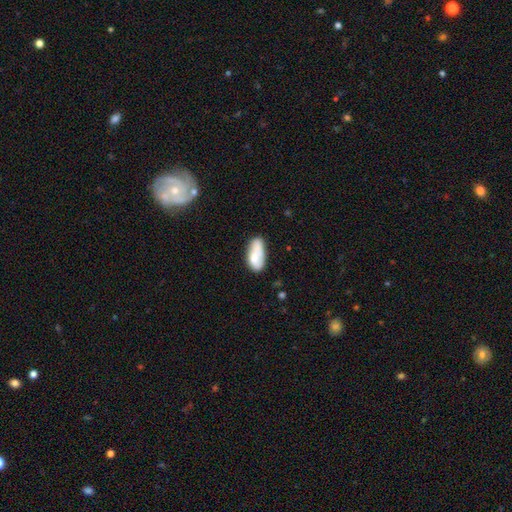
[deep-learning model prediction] This is likely a smooth galaxy (68%). How rounded: clearly in between (88%). Merging: possibly none (46%).